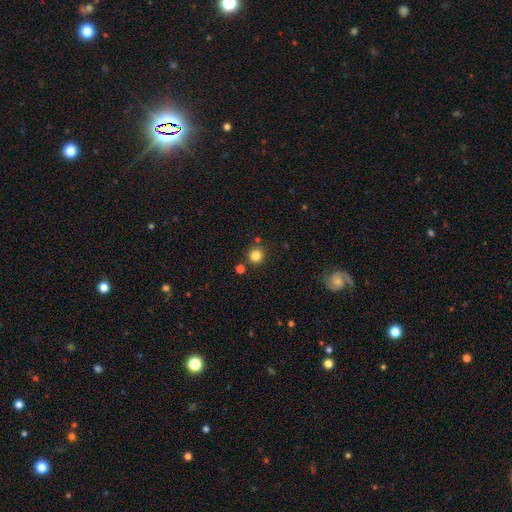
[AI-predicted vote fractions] Smooth or featured? Predicted: smooth (p=0.83). How rounded? Predicted: round (p=0.95). Merging? Predicted: none (p=0.85).